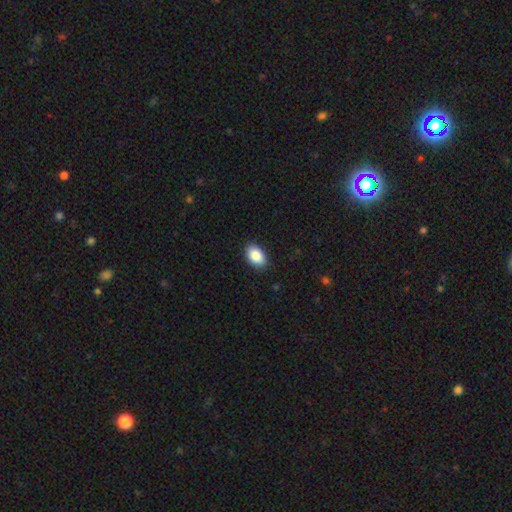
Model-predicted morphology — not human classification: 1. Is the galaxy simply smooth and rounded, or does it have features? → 87% smooth, 7% star or artifact, 6% featured or disk.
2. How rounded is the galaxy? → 90% in between, 9% round, 1% cigar-shaped.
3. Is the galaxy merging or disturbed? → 89% none, 9% minor disturbance, 2% major disturbance, 1% merger.